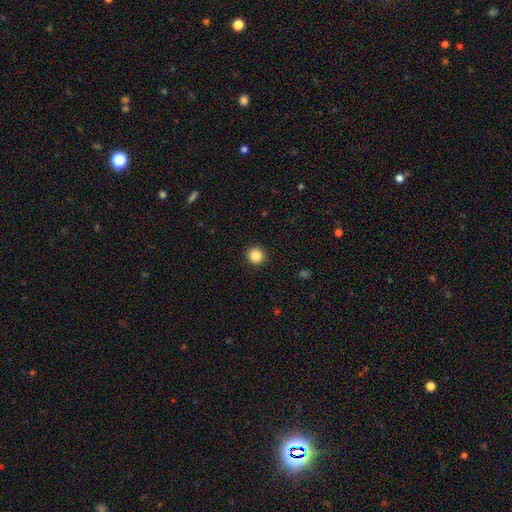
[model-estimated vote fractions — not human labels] The model was most divided on "smooth or featured": smooth: 86%, star or artifact: 10%, featured or disk: 3%. More confident: how rounded — round (94%); merging — none (93%).